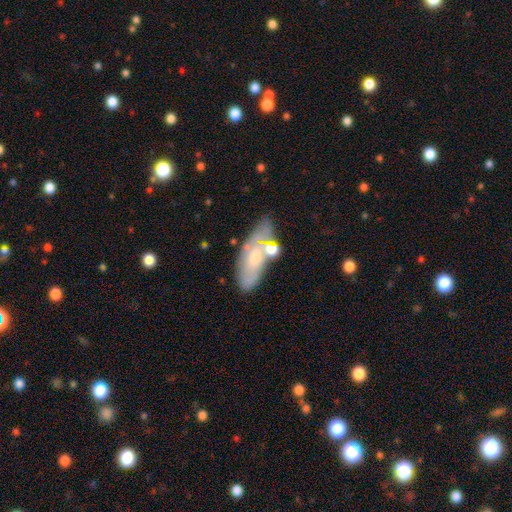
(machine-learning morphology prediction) smooth-or-featured: featured or disk: 54% | smooth: 35% | star or artifact: 10%
  disk-edge-on: no: 77% | yes: 23%
  merging: none: 68% | minor disturbance: 16% | merger: 11% | major disturbance: 5%